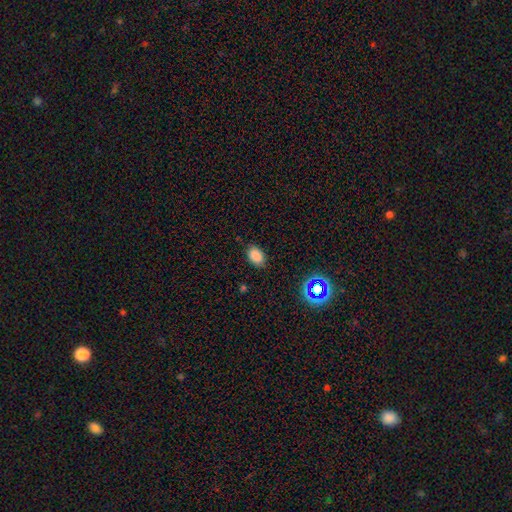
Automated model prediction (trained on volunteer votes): This is clearly a smooth galaxy (83%). How rounded: clearly in between (85%). Merging: clearly none (84%).